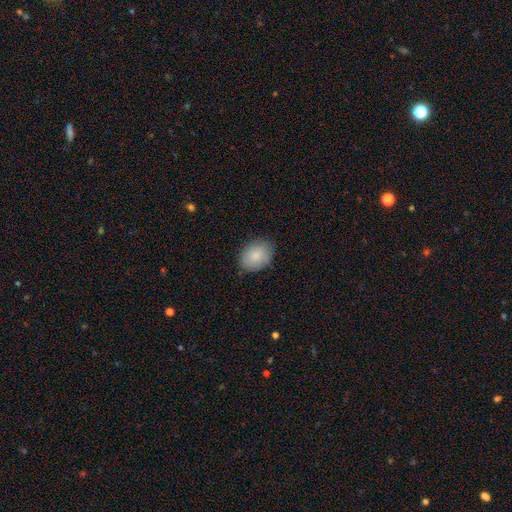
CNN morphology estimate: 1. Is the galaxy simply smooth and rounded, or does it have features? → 86% smooth, 7% featured or disk, 7% star or artifact.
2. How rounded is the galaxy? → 76% in between, 23% round, 1% cigar-shaped.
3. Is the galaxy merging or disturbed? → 84% none, 13% minor disturbance, 3% major disturbance, 1% merger.